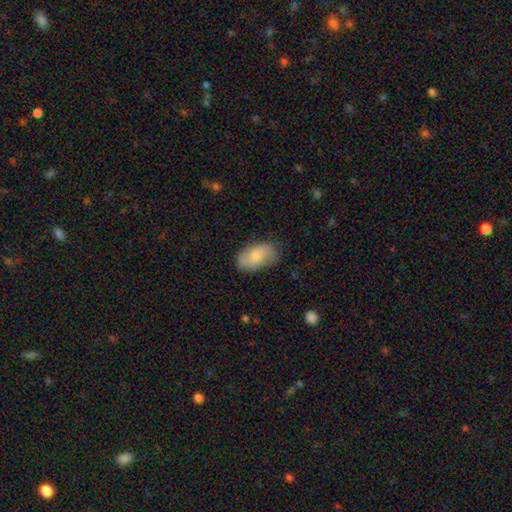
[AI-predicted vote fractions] Smooth or featured? Predicted: smooth (p=0.61). How rounded? Predicted: in between (p=0.93). Merging? Predicted: none (p=0.74).